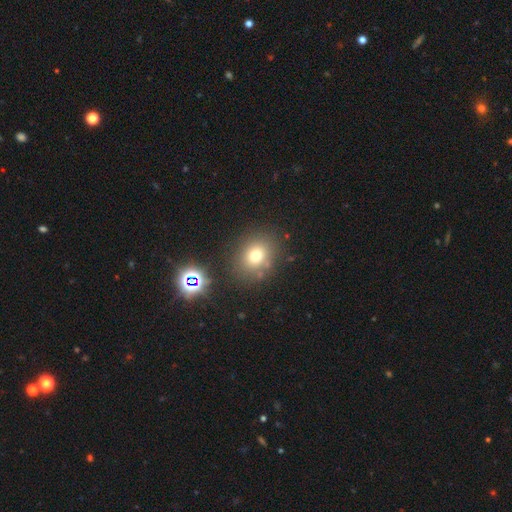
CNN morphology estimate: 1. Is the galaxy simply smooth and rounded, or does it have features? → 71% smooth, 18% star or artifact, 11% featured or disk.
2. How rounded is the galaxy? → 66% round, 34% in between, 1% cigar-shaped.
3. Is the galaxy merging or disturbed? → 80% none, 11% minor disturbance, 5% merger, 4% major disturbance.